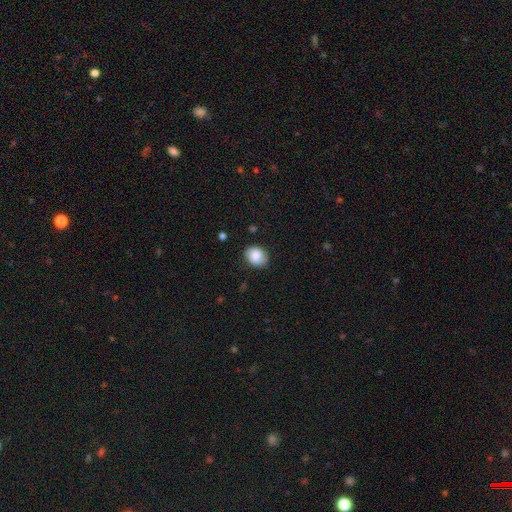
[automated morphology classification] Smooth or featured? smooth (83%)
How rounded? in between (56%)
Merging? none (80%)